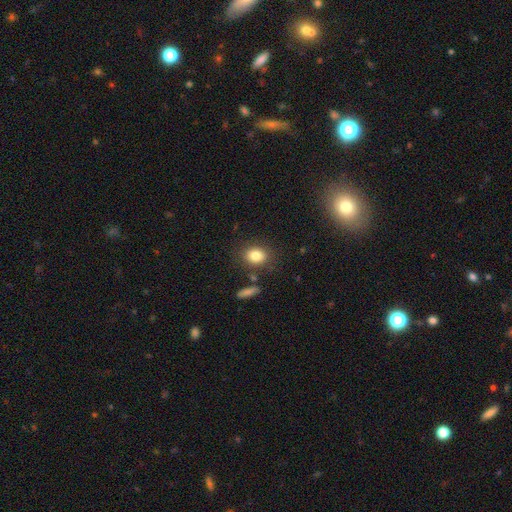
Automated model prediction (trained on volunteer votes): A smooth galaxy with no disk features (82%) that is in between round and cigar-shaped (53%). Merging: none (80%).